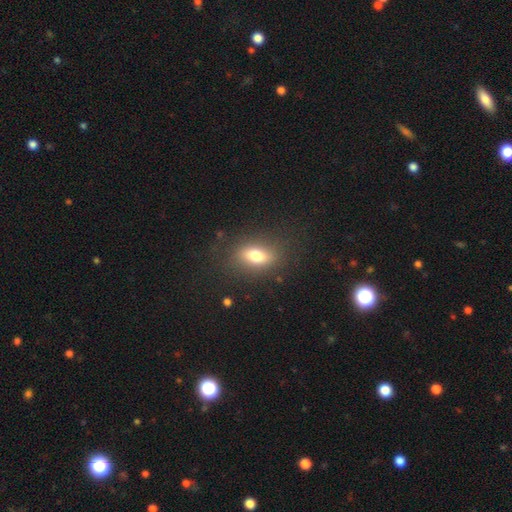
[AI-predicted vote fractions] Q: Smooth or featured?
A: smooth (72%); runner-up: featured or disk (17%)
Q: How rounded?
A: in between (78%); runner-up: round (15%)
Q: Merging?
A: none (81%); runner-up: minor disturbance (12%)